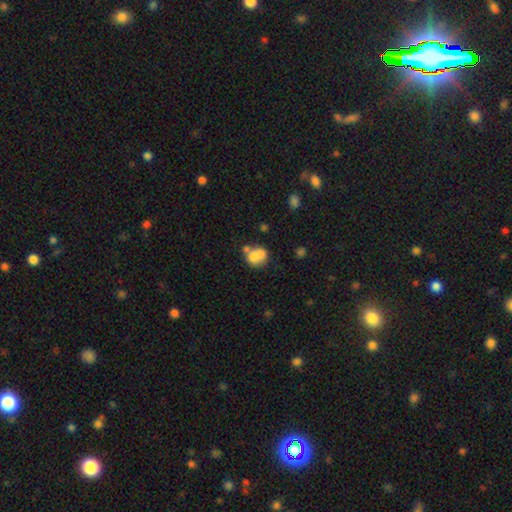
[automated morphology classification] Smooth or featured? Predicted: smooth (p=0.68). How rounded? Predicted: round (p=0.65). Merging? Predicted: merger (p=0.48).